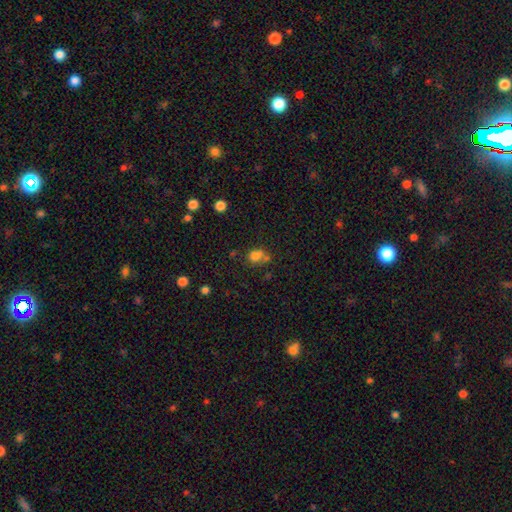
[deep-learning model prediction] This is likely a smooth galaxy (74%). How rounded: possibly round (58%). Merging: marginally none (42%).